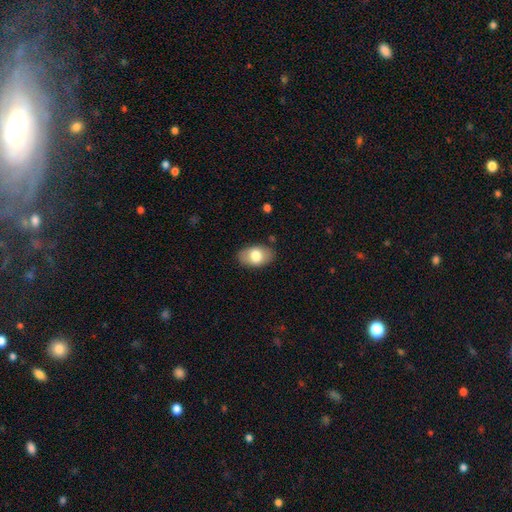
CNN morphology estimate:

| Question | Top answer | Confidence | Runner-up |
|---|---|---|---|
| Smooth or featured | smooth | 75% | featured or disk (18%) |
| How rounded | in between | 90% | round (8%) |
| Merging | none | 84% | minor disturbance (12%) |